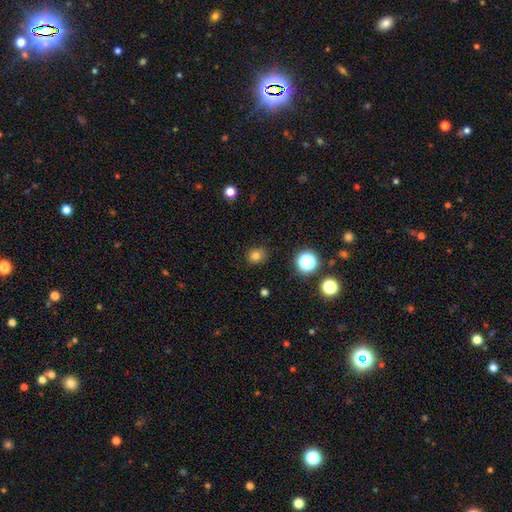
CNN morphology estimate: This is likely a smooth galaxy (78%). How rounded: likely round (76%). Merging: clearly none (85%).